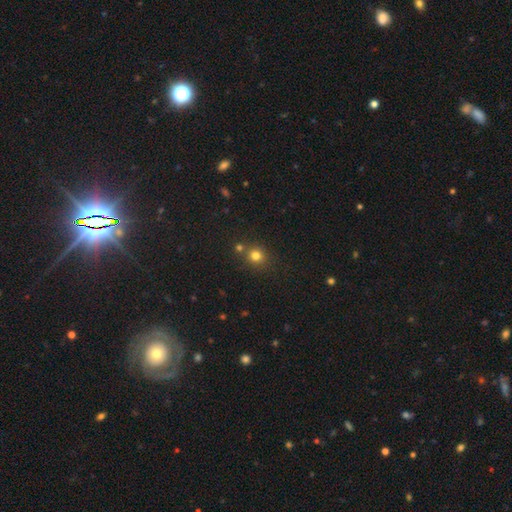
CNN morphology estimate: smooth 78%, star or artifact 16%, featured or disk 6%. Down the decision tree: how rounded — round (88%); merging — none (73%).